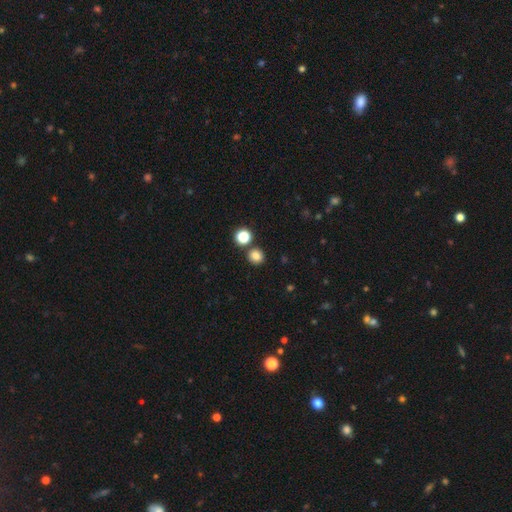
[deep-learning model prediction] smooth 82%, star or artifact 13%, featured or disk 5%. Down the decision tree: how rounded — round (86%); merging — none (81%).